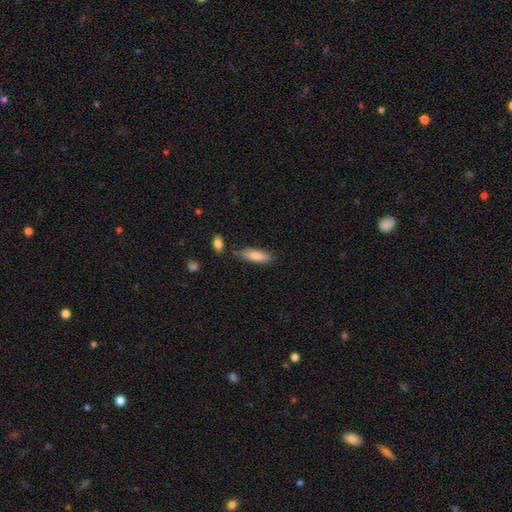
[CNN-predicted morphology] Smooth or featured?
  - smooth: 79% *
  - featured or disk: 14%
  - star or artifact: 6%
How rounded?
  - cigar-shaped: 52% *
  - in between: 46%
  - round: 2%
Merging?
  - none: 77% *
  - minor disturbance: 15%
  - merger: 5%
  - major disturbance: 3%